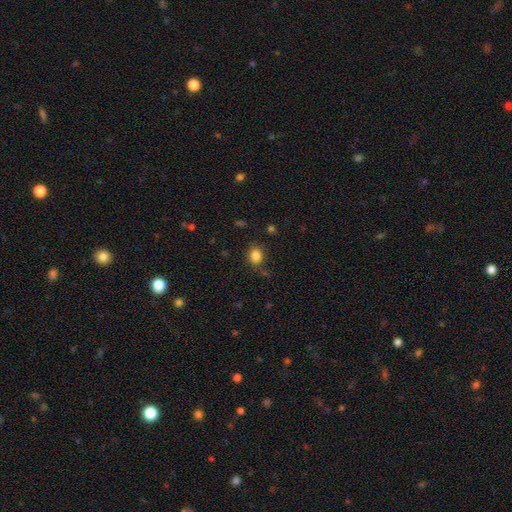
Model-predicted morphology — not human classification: Smooth or featured? Predicted: smooth (p=0.84). How rounded? Predicted: round (p=0.58). Merging? Predicted: none (p=0.78).